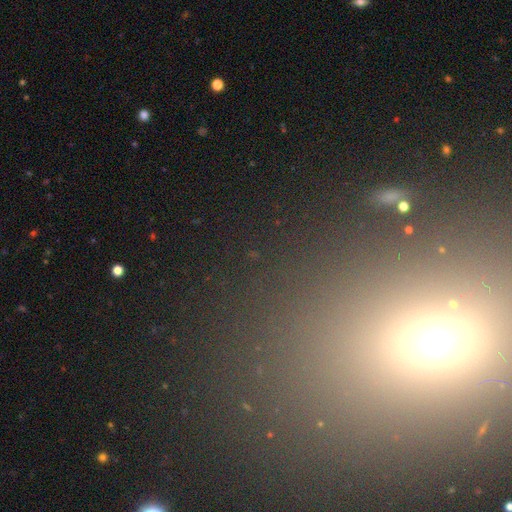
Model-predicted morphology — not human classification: smooth-or-featured: star or artifact: 51% | smooth: 37% | featured or disk: 12%